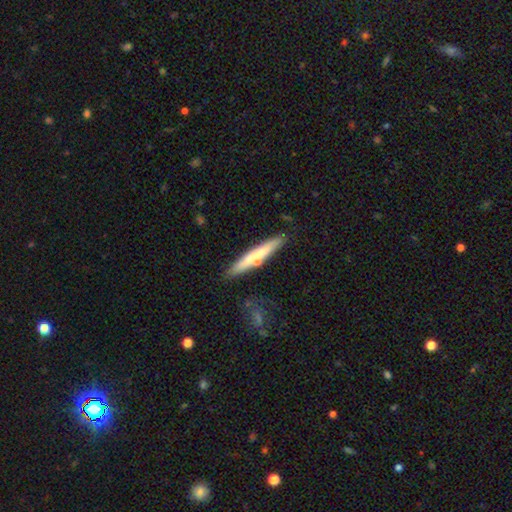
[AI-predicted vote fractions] Smooth or featured? smooth (57%)
How rounded? cigar-shaped (93%)
Merging? none (78%)